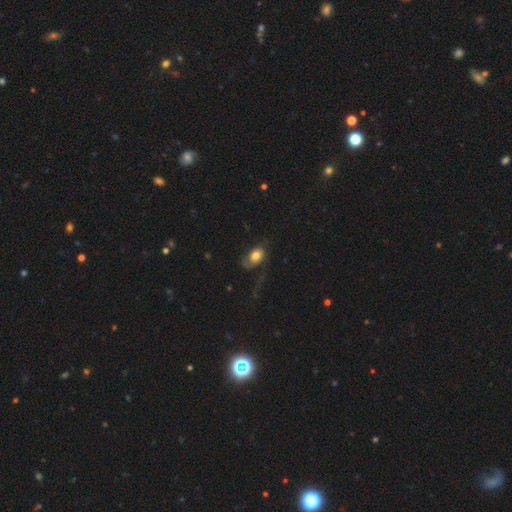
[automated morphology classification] The model was most divided on "merging": none: 40%, major disturbance: 36%, minor disturbance: 22%, merger: 2%. More confident: how rounded — in between (83%); smooth or featured — smooth (64%).